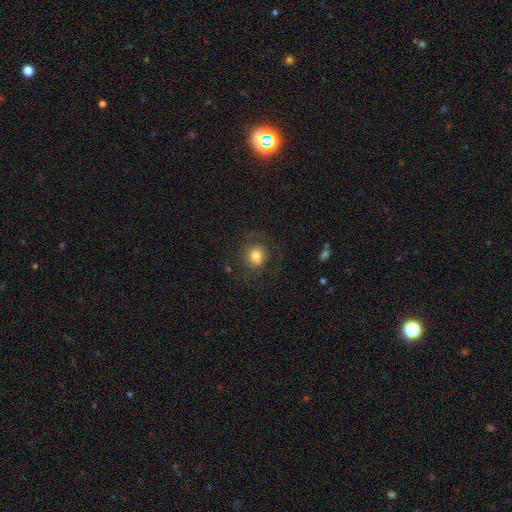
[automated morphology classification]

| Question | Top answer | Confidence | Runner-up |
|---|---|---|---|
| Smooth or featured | smooth | 65% | featured or disk (24%) |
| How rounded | round | 82% | in between (17%) |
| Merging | none | 66% | major disturbance (16%) |